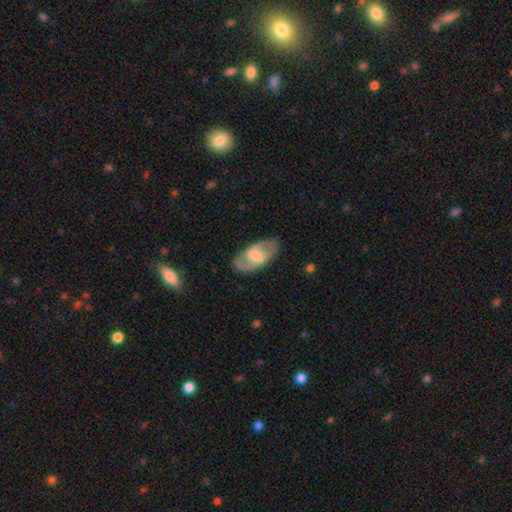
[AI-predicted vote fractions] smooth_or_featured: featured or disk (p=0.72) [alt: smooth p=0.23]
disk_edge_on: no (p=0.93) [alt: yes p=0.07]
bar: weak (p=0.49) [alt: no p=0.26]
has_spiral_arms: yes (p=0.80) [alt: no p=0.20]
spiral_winding: medium (p=0.53) [alt: tight p=0.26]
spiral_arm_count: 2 (p=0.87) [alt: can't tell p=0.08]
bulge_size: moderate (p=0.42) [alt: large p=0.25]
merging: none (p=0.85) [alt: minor disturbance p=0.11]